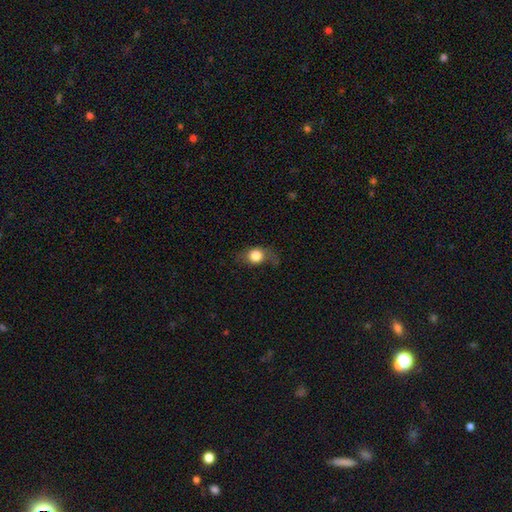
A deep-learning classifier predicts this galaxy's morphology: Smooth or featured? Predicted: smooth (p=0.76). How rounded? Predicted: round (p=0.66). Merging? Predicted: none (p=0.52).